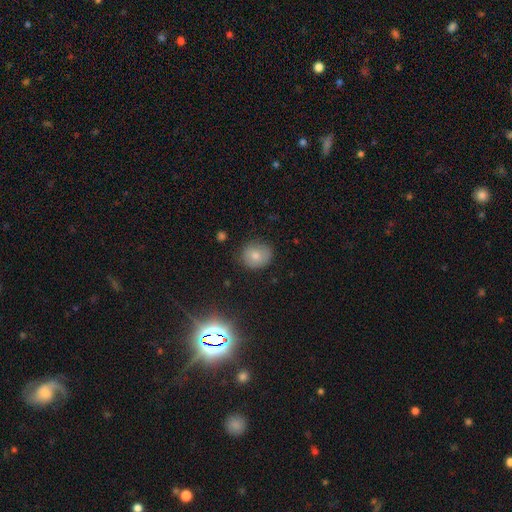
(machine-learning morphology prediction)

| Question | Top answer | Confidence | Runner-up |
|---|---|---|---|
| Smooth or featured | smooth | 75% | featured or disk (14%) |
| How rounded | round | 72% | in between (27%) |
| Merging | none | 78% | minor disturbance (16%) |